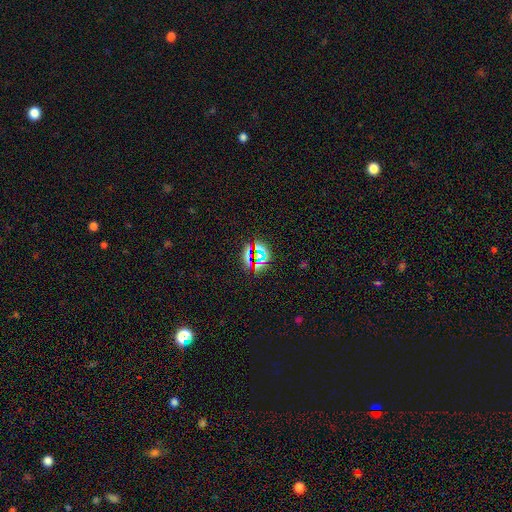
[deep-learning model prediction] star or artifact 63%, smooth 27%, featured or disk 10%.